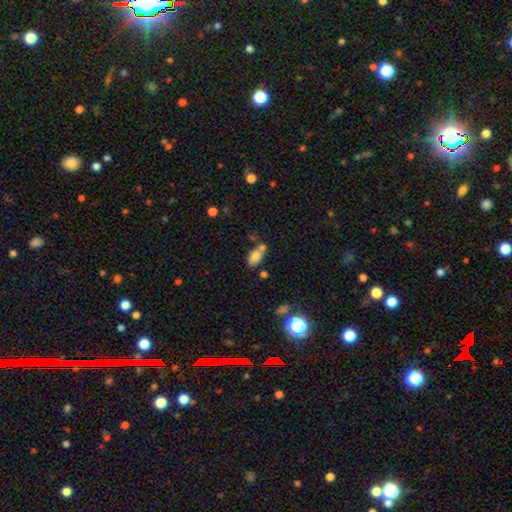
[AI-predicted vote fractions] This is likely a smooth galaxy (79%). How rounded: clearly in between (90%). Merging: possibly none (47%).